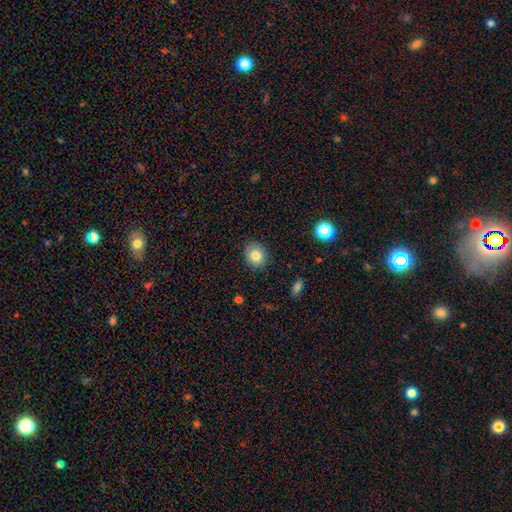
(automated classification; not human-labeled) Overall: smooth (81%). How rounded: round (63%; in between 36%). Merging: none (87%).